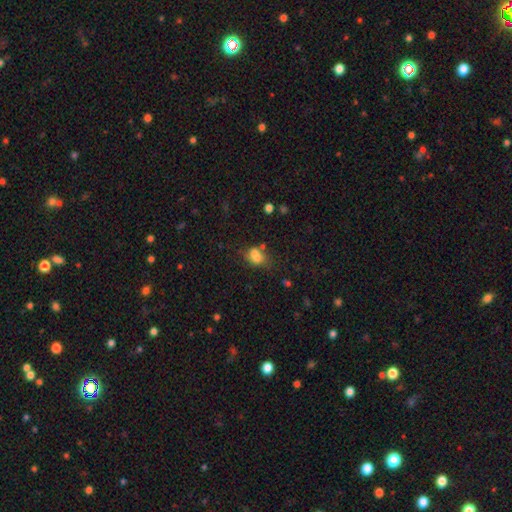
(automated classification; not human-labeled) This is likely a smooth galaxy (75%). How rounded: likely in between (71%). Merging: marginally none (42%).